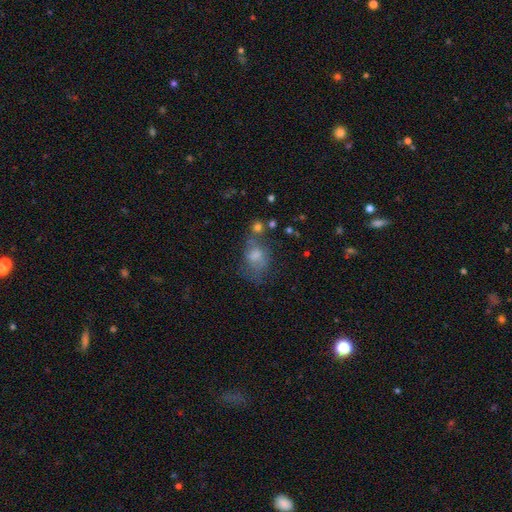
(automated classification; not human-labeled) Morphology: type=smooth (57%); roundness=in between (71%); merging=none (36%).